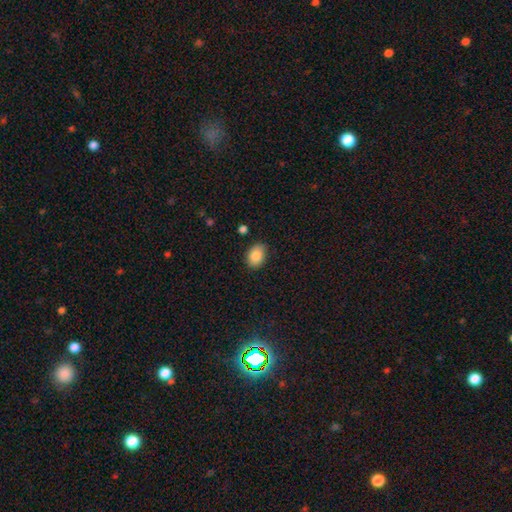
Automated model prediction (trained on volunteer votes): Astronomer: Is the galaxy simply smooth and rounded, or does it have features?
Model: smooth — 86%.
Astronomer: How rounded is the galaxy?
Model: in between — 71%.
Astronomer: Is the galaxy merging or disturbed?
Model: none — 77%.